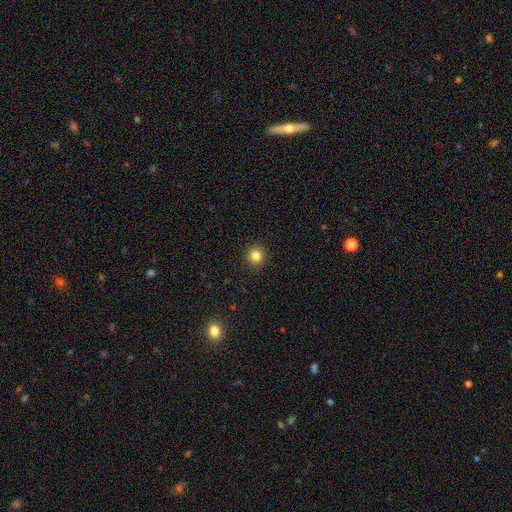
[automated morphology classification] The model was most divided on "smooth or featured": smooth: 83%, star or artifact: 12%, featured or disk: 4%. More confident: how rounded — round (94%); merging — none (93%).